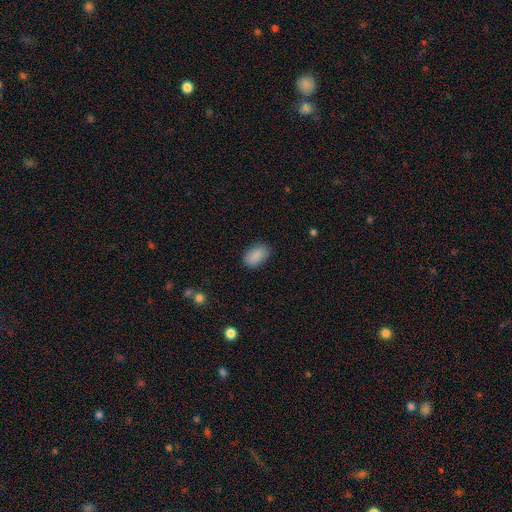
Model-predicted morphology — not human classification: Q: Smooth or featured?
A: smooth (88%); runner-up: star or artifact (7%)
Q: How rounded?
A: in between (92%); runner-up: round (6%)
Q: Merging?
A: none (84%); runner-up: minor disturbance (12%)